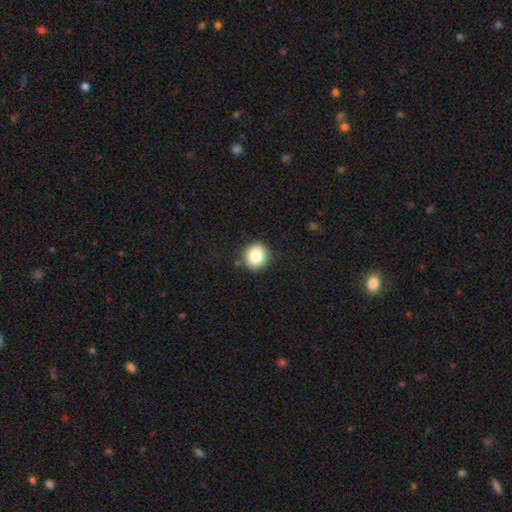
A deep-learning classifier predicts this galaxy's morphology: Smooth or featured: smooth — 82% (star or artifact — 10%)
How rounded: round — 87% (in between — 12%)
Merging: none — 88% (minor disturbance — 8%)